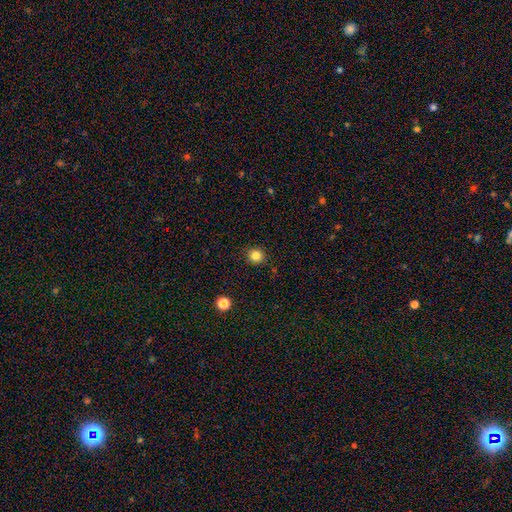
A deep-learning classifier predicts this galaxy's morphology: type=smooth (83%); roundness=round (92%); merging=none (90%).